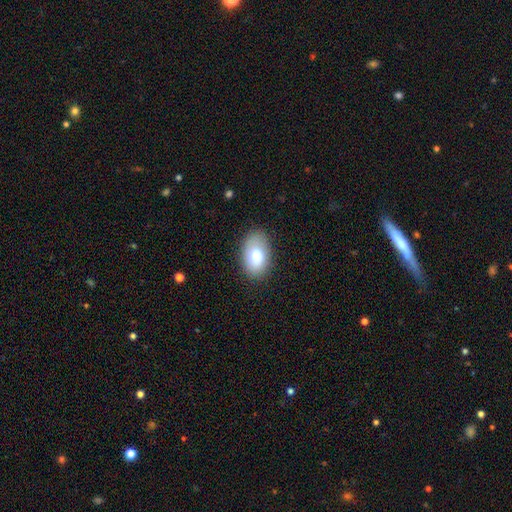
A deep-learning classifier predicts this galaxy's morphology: Overall: smooth (75%). How rounded: in between (85%). Merging: none (84%).